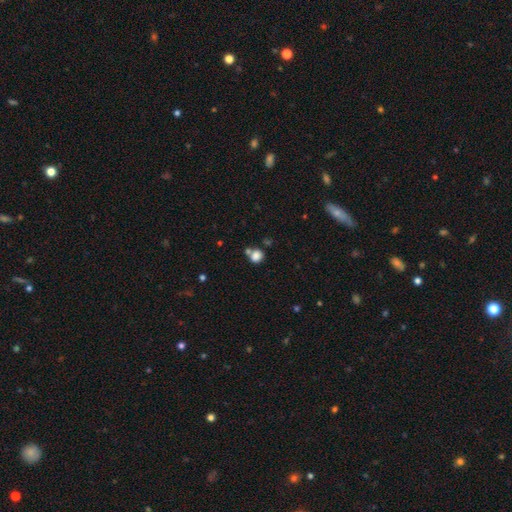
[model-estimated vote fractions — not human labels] Smooth or featured? smooth (82%)
How rounded? round (71%)
Merging? none (53%)